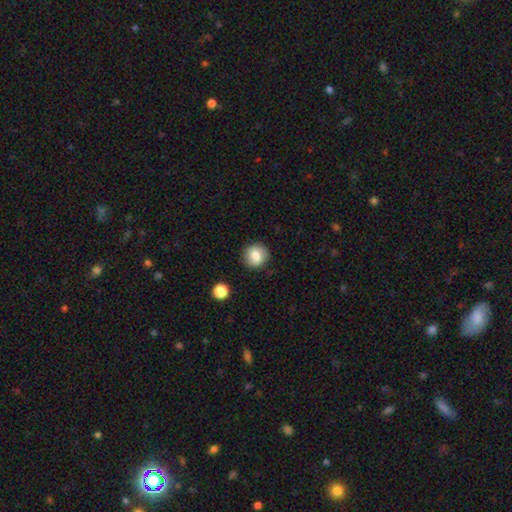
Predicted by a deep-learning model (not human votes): Overall: smooth (83%). How rounded: round (88%). Merging: none (87%).